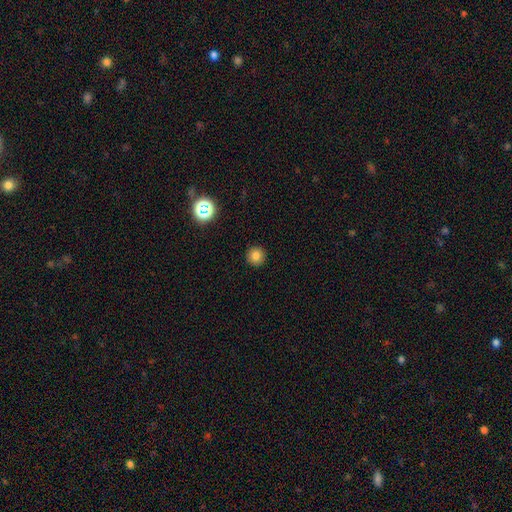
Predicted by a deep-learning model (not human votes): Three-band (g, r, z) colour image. It shows a smooth galaxy with no disk features (80%) that is round (95%). Merging: none (92%).